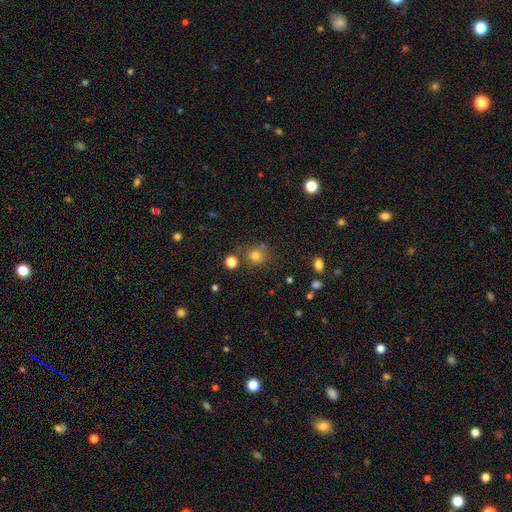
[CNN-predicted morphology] This is likely a smooth galaxy (77%). How rounded: clearly round (87%). Merging: likely none (72%).